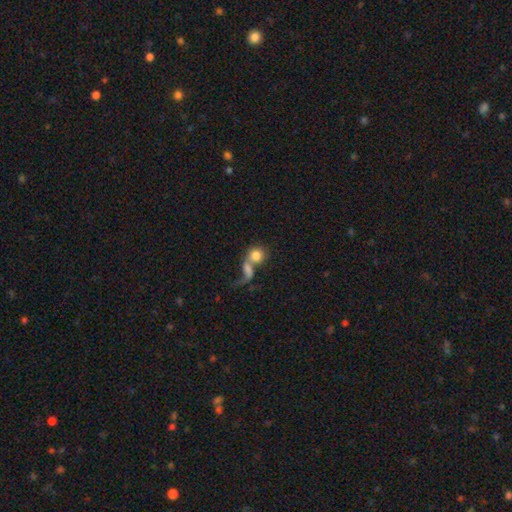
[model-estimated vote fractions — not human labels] Smooth or featured: smooth — 70% (featured or disk — 20%)
How rounded: round — 75% (in between — 23%)
Merging: merger — 65% (none — 17%)